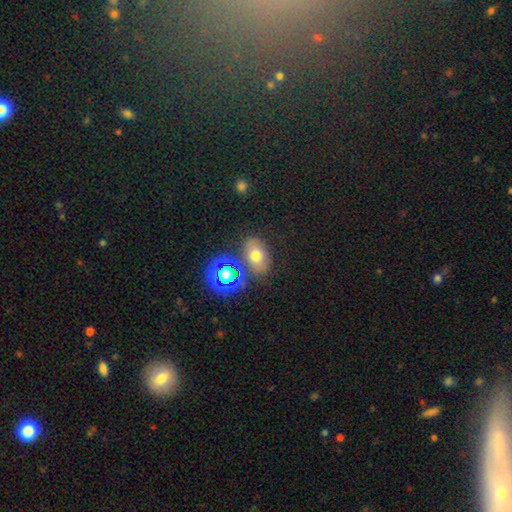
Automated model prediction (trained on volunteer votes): Smooth or featured: smooth — 64% (star or artifact — 21%)
How rounded: in between — 76% (round — 22%)
Merging: none — 74% (minor disturbance — 12%)